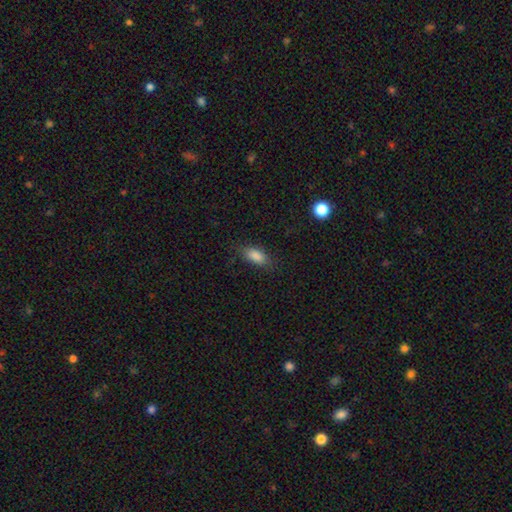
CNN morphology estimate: smooth_or_featured: smooth (p=0.86) [alt: star or artifact p=0.08]
how_rounded: in between (p=0.84) [alt: cigar-shaped p=0.12]
merging: none (p=0.80) [alt: minor disturbance p=0.15]